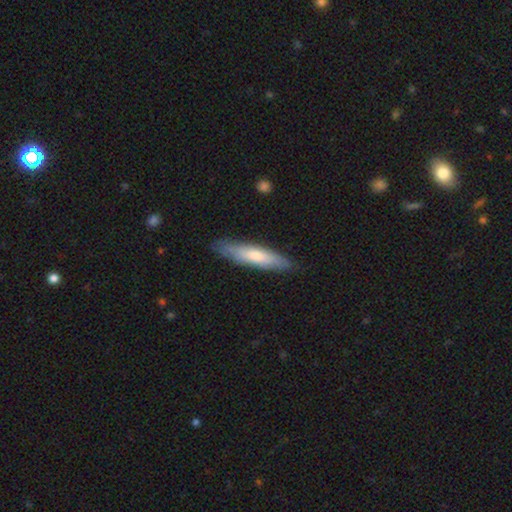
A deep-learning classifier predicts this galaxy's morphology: Smooth or featured? Predicted: smooth (p=0.67). How rounded? Predicted: cigar-shaped (p=0.79). Merging? Predicted: none (p=0.84).